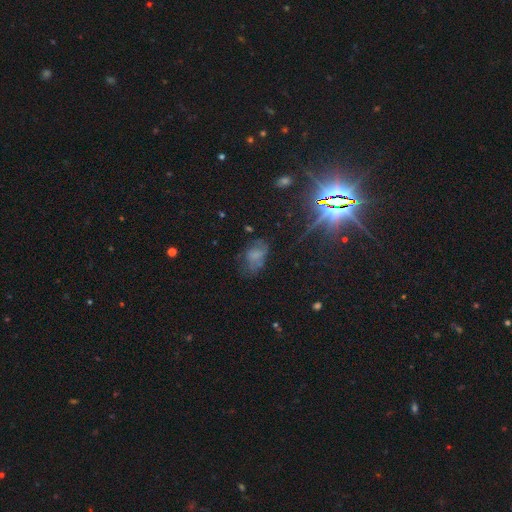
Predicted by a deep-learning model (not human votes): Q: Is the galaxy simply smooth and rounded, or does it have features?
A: smooth — 42%.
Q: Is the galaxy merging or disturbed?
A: none — 48%.